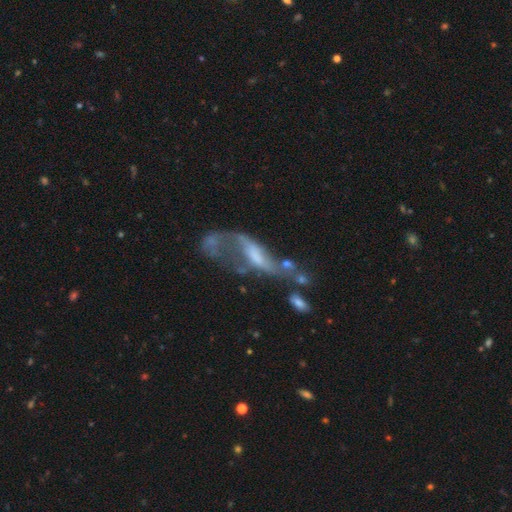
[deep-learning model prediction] The model was most divided on "bulge size": none: 34%, small: 28%, moderate: 28%, large: 8%, dominant: 2%. Remaining: edge-on disk — no (85%); smooth or featured — featured or disk (62%); spiral arms — yes (54%); bar — no (52%); merging — major disturbance (38%).